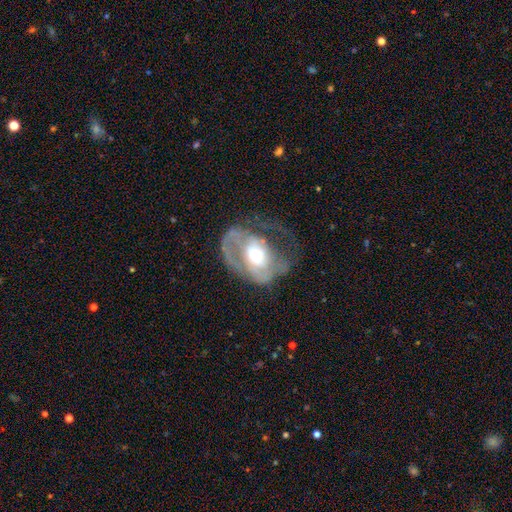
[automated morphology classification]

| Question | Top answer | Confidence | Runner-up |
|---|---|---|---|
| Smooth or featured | featured or disk | 67% | smooth (26%) |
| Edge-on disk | no | 95% | yes (5%) |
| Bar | no | 66% | weak (25%) |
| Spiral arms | yes | 59% | no (41%) |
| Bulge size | moderate | 61% | small (26%) |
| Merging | major disturbance | 53% | none (24%) |